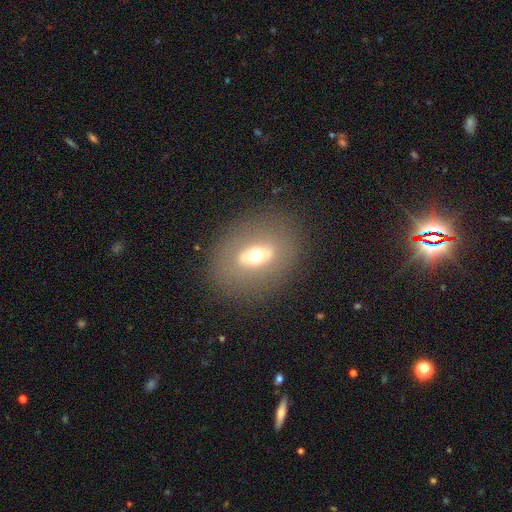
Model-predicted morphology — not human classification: This appears to be a featured or disk galaxy (46%). Merging: none (83%).